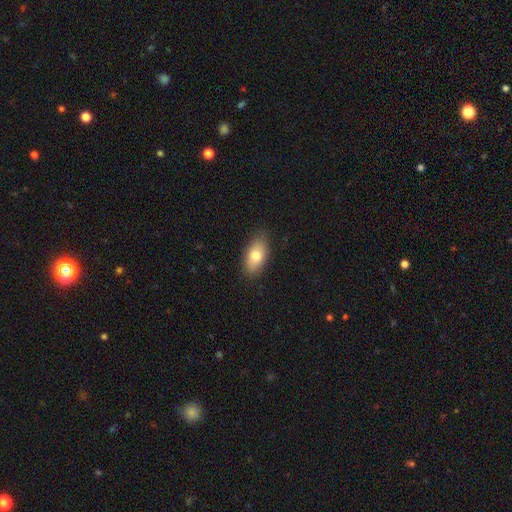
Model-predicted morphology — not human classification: Smooth or featured? Predicted: smooth (p=0.77). How rounded? Predicted: in between (p=0.89). Merging? Predicted: none (p=0.85).